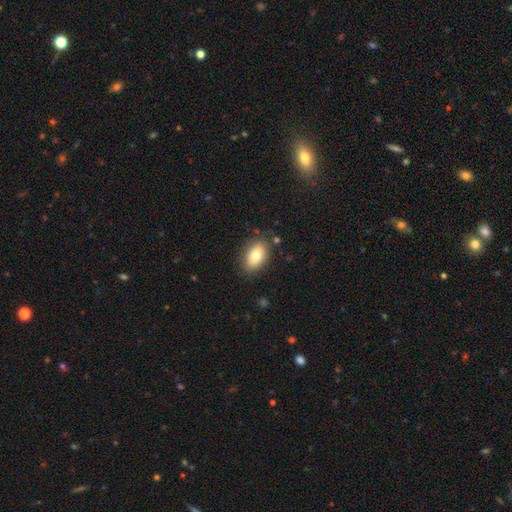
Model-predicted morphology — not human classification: Smooth or featured: smooth — 79% (featured or disk — 13%)
How rounded: in between — 90% (round — 8%)
Merging: none — 82% (minor disturbance — 12%)